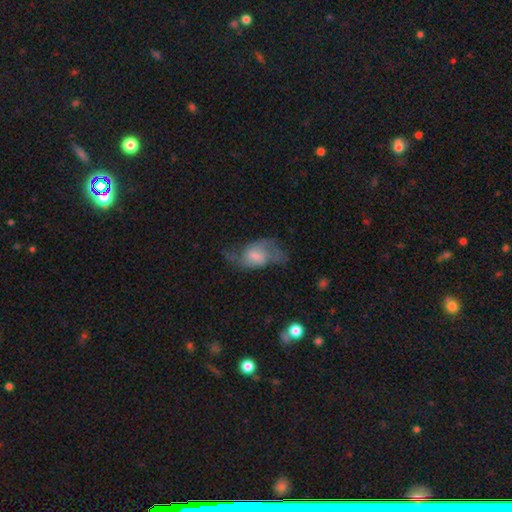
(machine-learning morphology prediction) featured or disk 61%, smooth 32%, star or artifact 8%. Down the decision tree: edge-on disk — no (95%); bar — weak (47%); spiral arms — yes (83%); bulge size — small (37%); merging — none (44%).